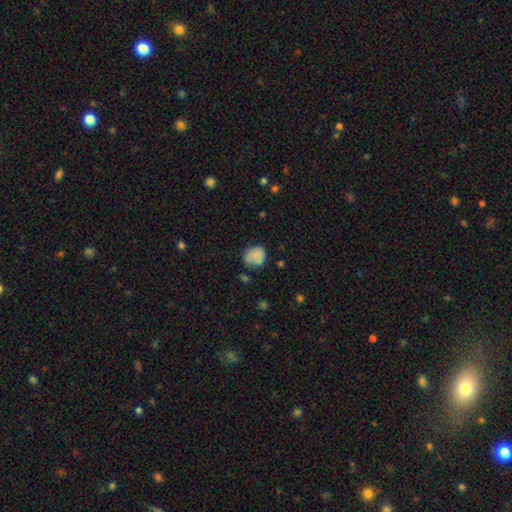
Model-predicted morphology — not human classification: smooth 79%, featured or disk 12%, star or artifact 10%. Down the decision tree: how rounded — round (67%); merging — none (57%).